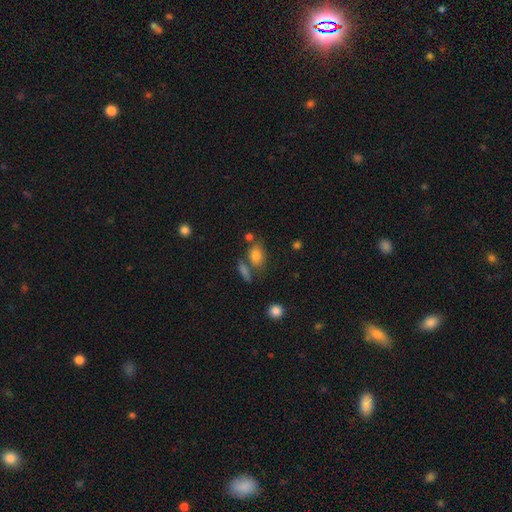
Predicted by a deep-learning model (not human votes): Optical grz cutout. It shows a smooth galaxy with no disk features (80%) that is in between round and cigar-shaped (72%). Merging: none (60%).